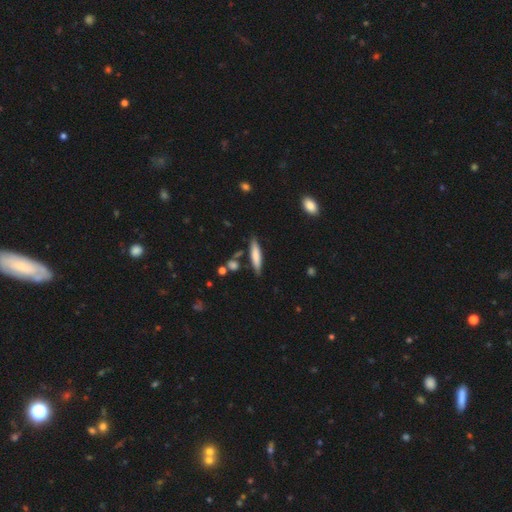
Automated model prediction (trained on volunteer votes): A smooth galaxy with no disk features (74%) that is cigar-shaped (82%).

Vote fractions:
- Smooth or featured? smooth: 74% / featured or disk: 20% / star or artifact: 6%
- How rounded? cigar-shaped: 82% / in between: 17% / round: 2%
- Merging? none: 80% / minor disturbance: 13% / merger: 5% / major disturbance: 3%